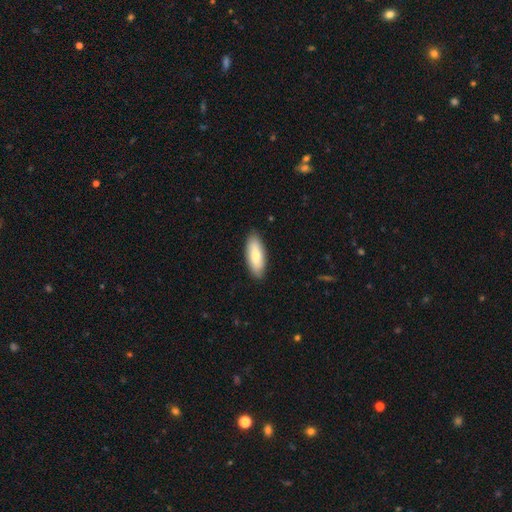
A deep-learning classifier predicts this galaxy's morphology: A smooth galaxy with no disk features (75%) that is in between round and cigar-shaped (77%). Merging: none (87%).